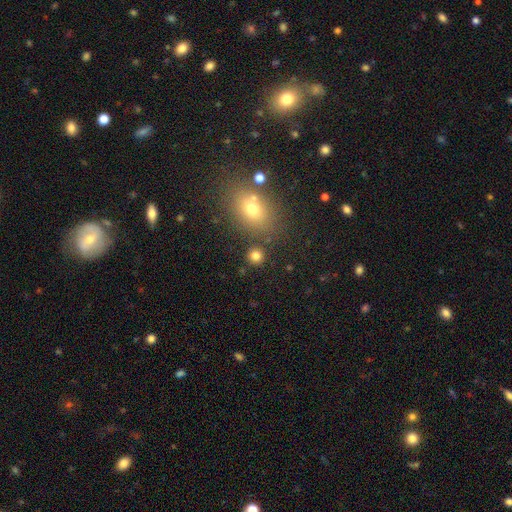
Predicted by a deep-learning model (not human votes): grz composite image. It shows a smooth galaxy with no disk features (79%) that is round (88%). Merging: none (82%).